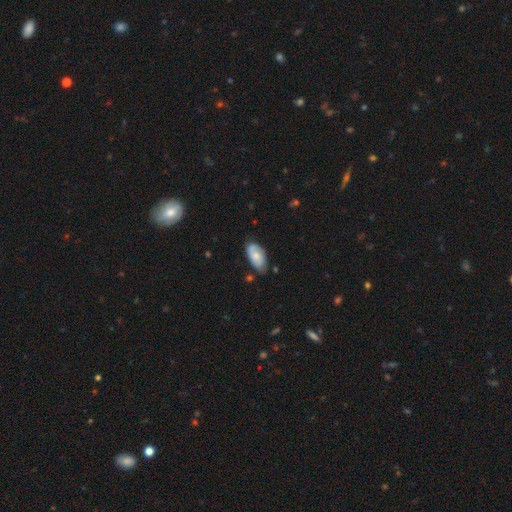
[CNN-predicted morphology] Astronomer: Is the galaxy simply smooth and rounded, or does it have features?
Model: smooth — 62%.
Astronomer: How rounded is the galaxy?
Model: in between — 93%.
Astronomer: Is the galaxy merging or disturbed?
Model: none — 67%.